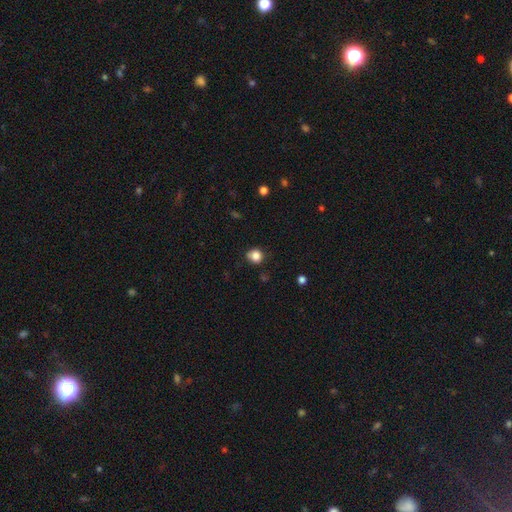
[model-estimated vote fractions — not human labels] Smooth or featured: smooth — 83% (star or artifact — 11%)
How rounded: round — 83% (in between — 16%)
Merging: none — 74% (minor disturbance — 20%)